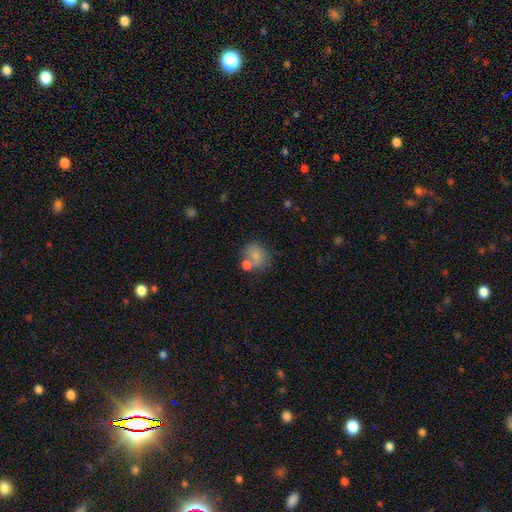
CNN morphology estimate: type=smooth (75%); roundness=round (52%); merging=none (48%).